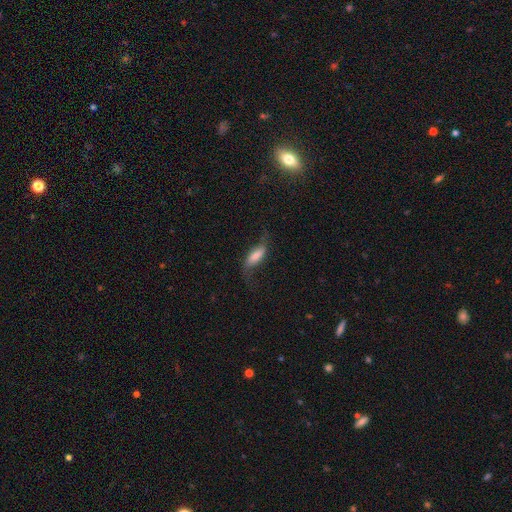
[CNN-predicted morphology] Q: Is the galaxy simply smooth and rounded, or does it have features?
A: smooth — 46%, tied with featured or disk.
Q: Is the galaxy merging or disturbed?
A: none — 54%.